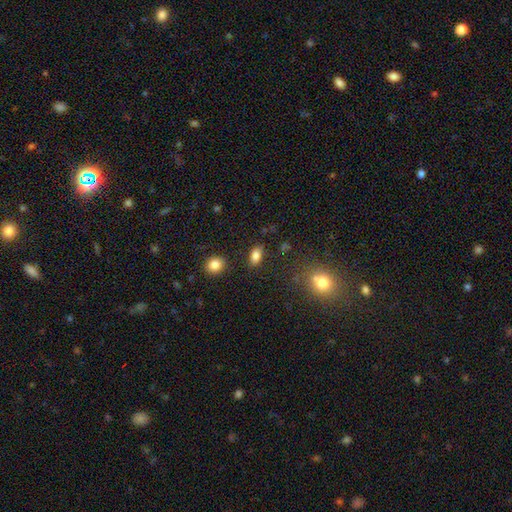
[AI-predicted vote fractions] Smooth or featured? smooth (82%)
How rounded? in between (86%)
Merging? none (83%)